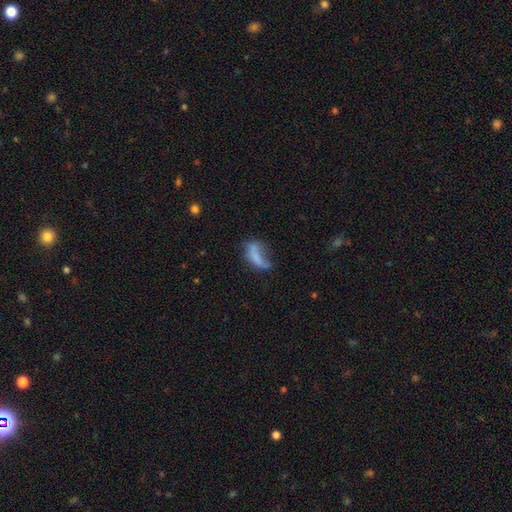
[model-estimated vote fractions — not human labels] Smooth or featured? smooth (61%)
How rounded? in between (72%)
Merging? major disturbance (38%)